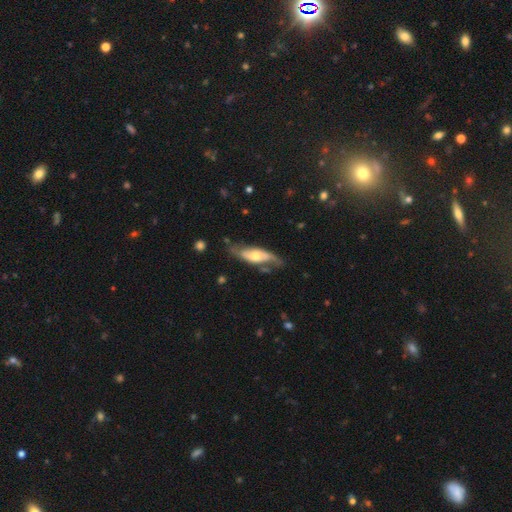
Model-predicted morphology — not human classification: The model was most divided on "smooth or featured": featured or disk: 63%, smooth: 32%, star or artifact: 5%. More confident: edge-on disk — no (75%); merging — none (61%).